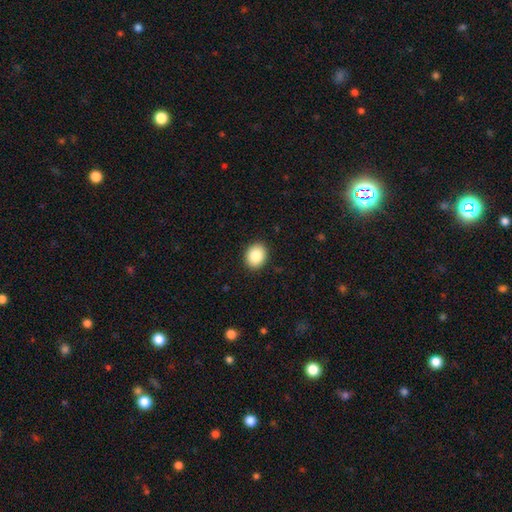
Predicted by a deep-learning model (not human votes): The model was most divided on "how rounded": round: 53%, in between: 47%, cigar-shaped: 1%. More confident: merging — none (91%); smooth or featured — smooth (86%).